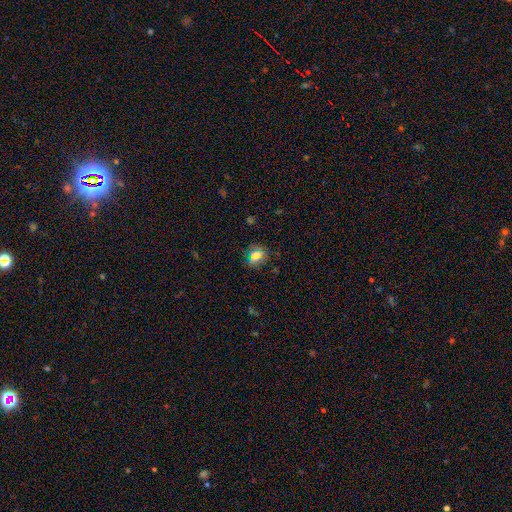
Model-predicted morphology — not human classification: smooth_or_featured: smooth (p=0.59) [alt: star or artifact p=0.30]
how_rounded: round (p=0.70) [alt: in between p=0.26]
merging: none (p=0.83) [alt: minor disturbance p=0.11]